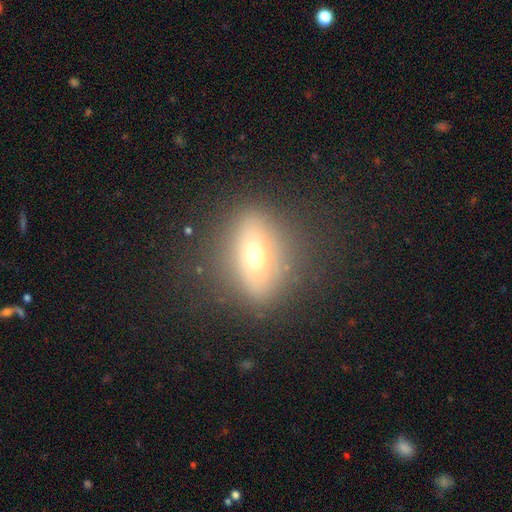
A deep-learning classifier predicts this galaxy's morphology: Smooth or featured: smooth — 52% (featured or disk — 34%)
How rounded: in between — 62% (round — 25%)
Merging: none — 80% (minor disturbance — 12%)